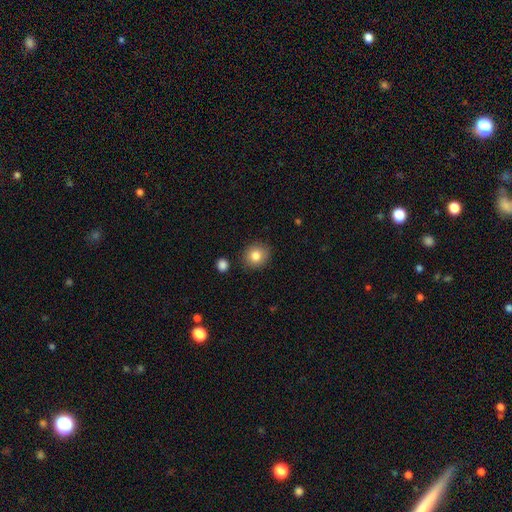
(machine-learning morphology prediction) Smooth or featured?
  - smooth: 83% *
  - star or artifact: 9%
  - featured or disk: 8%
How rounded?
  - round: 82% *
  - in between: 17%
  - cigar-shaped: 1%
Merging?
  - none: 87% *
  - minor disturbance: 8%
  - merger: 2%
  - major disturbance: 2%